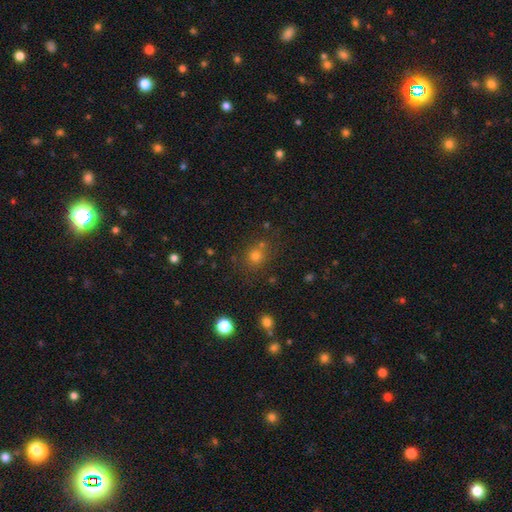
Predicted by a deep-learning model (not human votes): smooth-or-featured: smooth: 69% | star or artifact: 23% | featured or disk: 8%
  how-rounded: round: 85% | in between: 14% | cigar-shaped: 1%
  merging: none: 72% | merger: 14% | minor disturbance: 10% | major disturbance: 4%